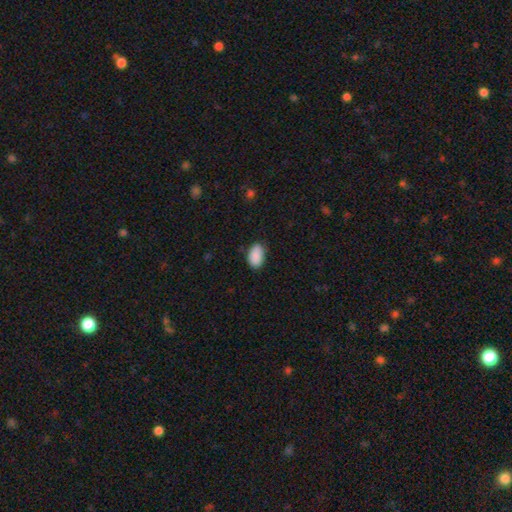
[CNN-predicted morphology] smooth-or-featured: smooth: 90% | star or artifact: 7% | featured or disk: 3%
  how-rounded: in between: 92% | round: 6% | cigar-shaped: 1%
  merging: none: 81% | minor disturbance: 15% | major disturbance: 3% | merger: 1%